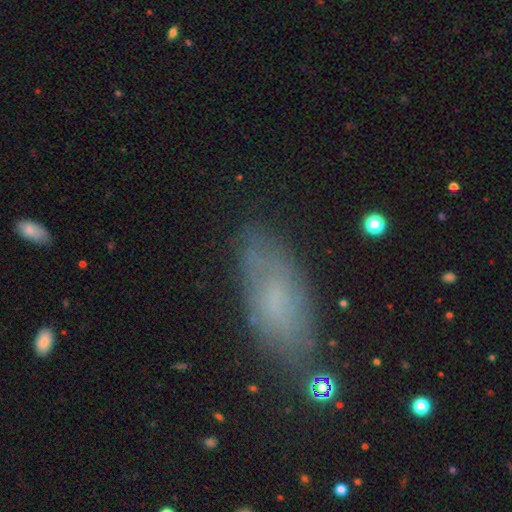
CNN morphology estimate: smooth-or-featured: smooth: 51% | featured or disk: 35% | star or artifact: 15%
  how-rounded: in between: 81% | cigar-shaped: 13% | round: 6%
  merging: none: 73% | minor disturbance: 18% | major disturbance: 6% | merger: 3%